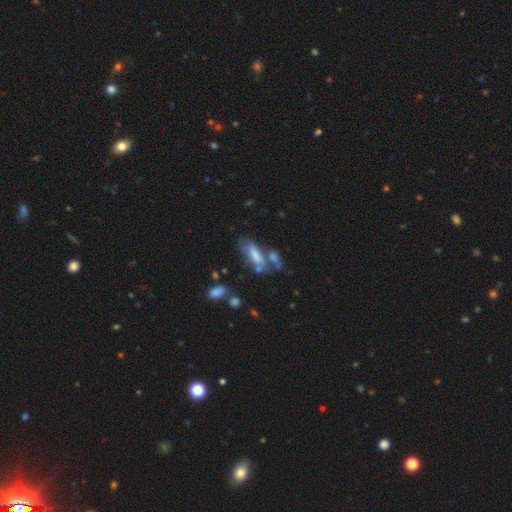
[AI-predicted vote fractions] A smooth galaxy with no disk features (55%) that is in between round and cigar-shaped (64%).

Vote fractions:
- Smooth or featured? smooth: 55% / featured or disk: 34% / star or artifact: 12%
- How rounded? in between: 64% / cigar-shaped: 34% / round: 3%
- Merging? none: 38% / merger: 31% / minor disturbance: 18% / major disturbance: 13%